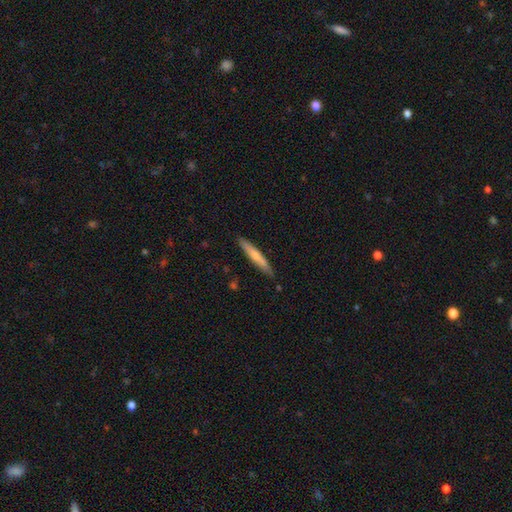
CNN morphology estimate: Q: Smooth or featured?
A: smooth (61%); runner-up: featured or disk (33%)
Q: How rounded?
A: cigar-shaped (94%); runner-up: in between (5%)
Q: Merging?
A: none (86%); runner-up: minor disturbance (11%)